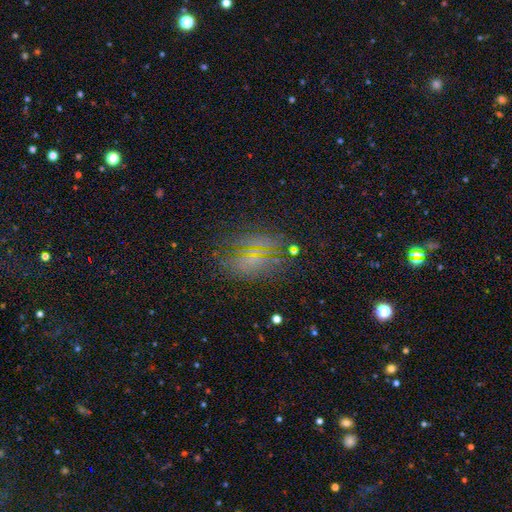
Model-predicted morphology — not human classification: The model was most divided on "smooth or featured": smooth: 38%, featured or disk: 34%, star or artifact: 28%. More confident: merging — none (57%).